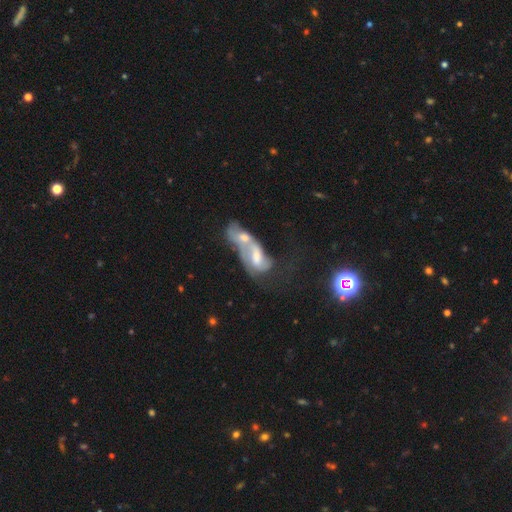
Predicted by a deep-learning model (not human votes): Smooth or featured?
  - featured or disk: 60% *
  - smooth: 28%
  - star or artifact: 12%
Edge-on disk?
  - no: 93% *
  - yes: 7%
Bar?
  - no: 54% *
  - weak: 32%
  - strong: 14%
Spiral arms?
  - yes: 59% *
  - no: 41%
Bulge size?
  - moderate: 45% *
  - small: 27%
  - none: 16%
  - large: 10%
  - dominant: 2%
Merging?
  - merger: 75% *
  - major disturbance: 11%
  - none: 9%
  - minor disturbance: 5%